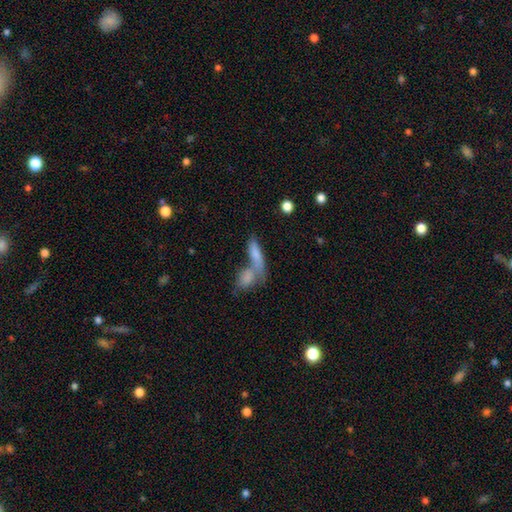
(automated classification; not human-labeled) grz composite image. It shows a smooth galaxy with no disk features (74%) that is in between round and cigar-shaped (51%). Merging: merger (57%).